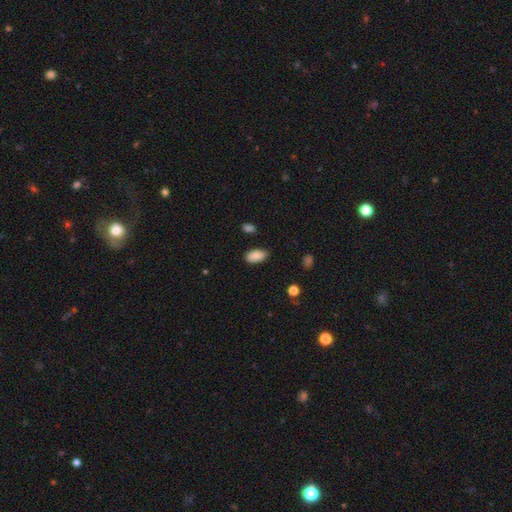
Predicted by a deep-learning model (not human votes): The model was most divided on "merging": none: 83%, minor disturbance: 13%, major disturbance: 3%, merger: 2%. More confident: how rounded — in between (94%); smooth or featured — smooth (87%).